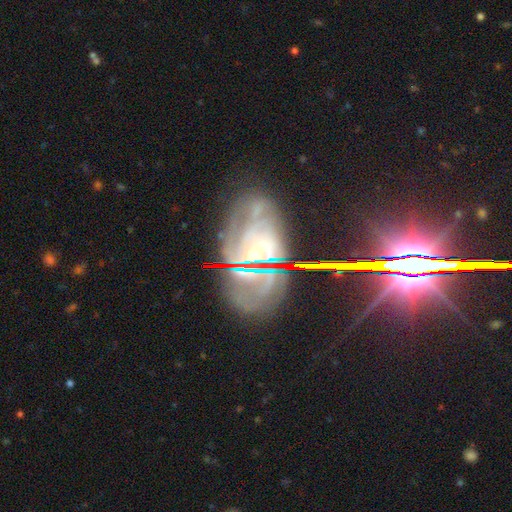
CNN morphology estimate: Smooth or featured: featured or disk — 76% (star or artifact — 15%)
Edge-on disk: no — 95% (yes — 5%)
Bar: no — 62% (weak — 27%)
Spiral arms: yes — 92% (no — 8%)
Spiral winding: tight — 60% (medium — 31%)
Spiral arm count: can't tell — 32% (3 — 20%)
Bulge size: small — 60% (moderate — 27%)
Merging: none — 65% (minor disturbance — 19%)